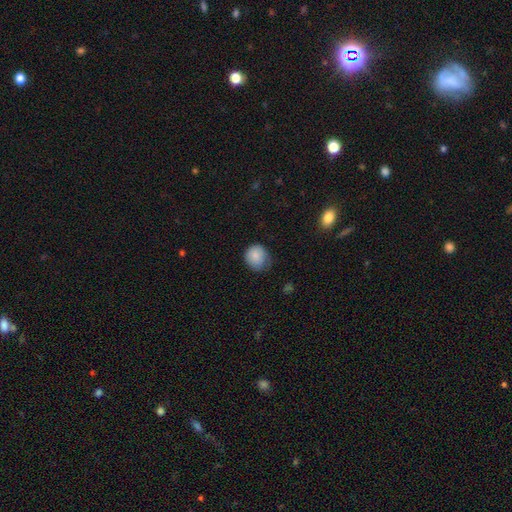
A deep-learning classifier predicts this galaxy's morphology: Smooth or featured: smooth — 83% (featured or disk — 9%)
How rounded: round — 76% (in between — 23%)
Merging: none — 53% (minor disturbance — 34%)